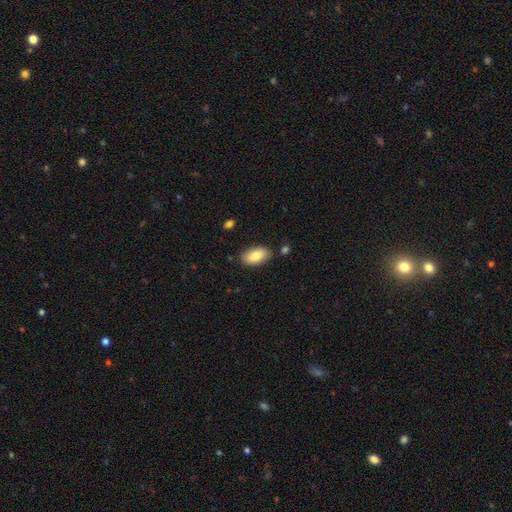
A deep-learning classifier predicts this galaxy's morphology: Smooth or featured: smooth — 82% (featured or disk — 12%)
How rounded: in between — 94% (cigar-shaped — 3%)
Merging: none — 84% (minor disturbance — 11%)